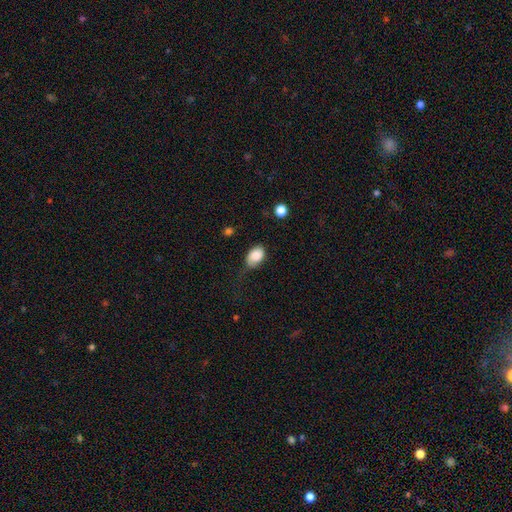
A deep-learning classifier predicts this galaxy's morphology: Overall: smooth (84%). How rounded: in between (80%). Merging: none (44%; minor disturbance 37%).